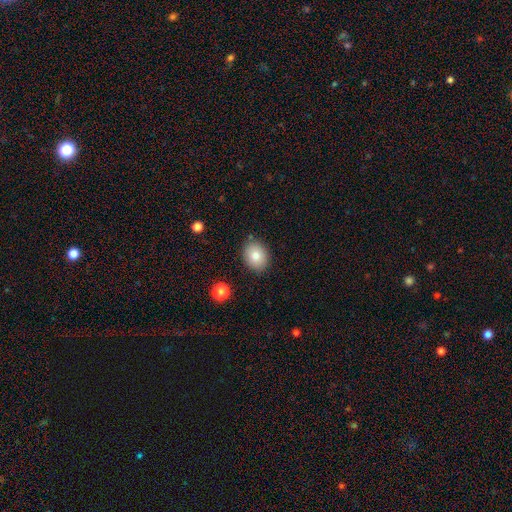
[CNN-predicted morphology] Q: Smooth or featured?
A: smooth (81%); runner-up: featured or disk (10%)
Q: How rounded?
A: in between (54%); runner-up: round (45%)
Q: Merging?
A: none (85%); runner-up: minor disturbance (11%)